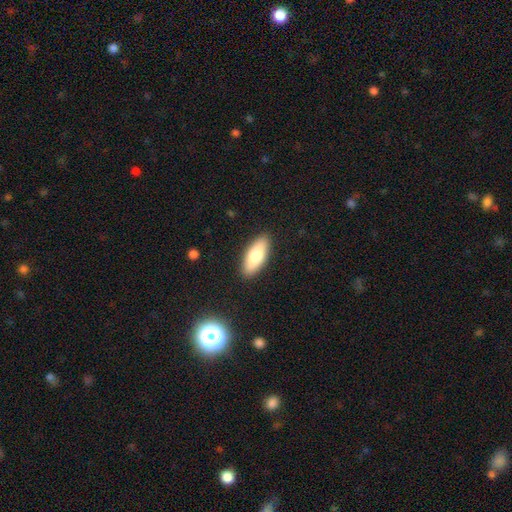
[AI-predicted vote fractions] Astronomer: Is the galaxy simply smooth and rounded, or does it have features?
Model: smooth — 75%.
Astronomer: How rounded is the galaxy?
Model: in between — 75%.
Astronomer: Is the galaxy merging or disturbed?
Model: none — 89%.